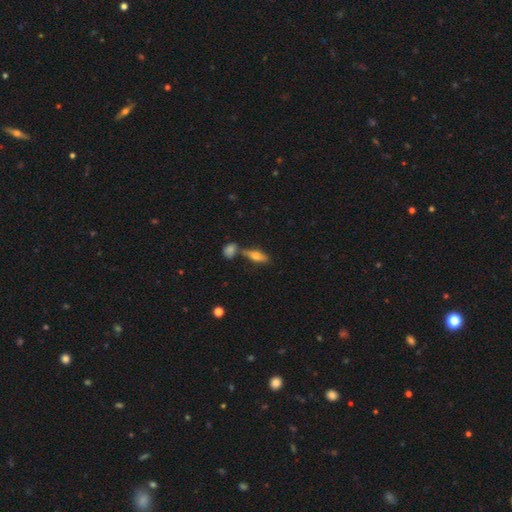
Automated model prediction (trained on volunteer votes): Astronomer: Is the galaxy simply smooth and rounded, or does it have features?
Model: smooth — 61%.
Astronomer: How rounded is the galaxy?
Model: in between — 55% (runner-up: cigar-shaped, 41%).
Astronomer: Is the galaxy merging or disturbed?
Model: none — 61%.